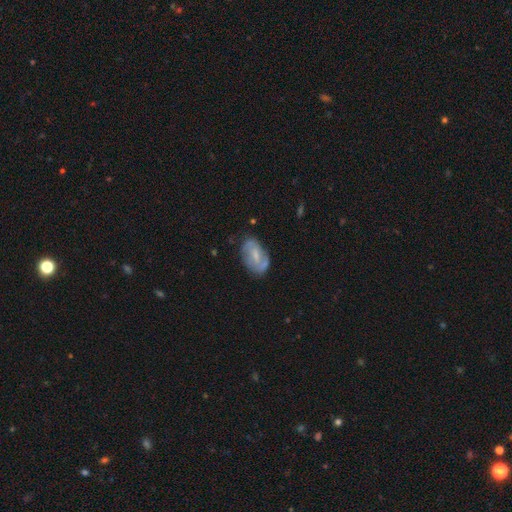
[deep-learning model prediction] featured or disk 58%, smooth 35%, star or artifact 7%. Down the decision tree: edge-on disk — no (95%); bar — weak (50%); spiral arms — yes (73%); bulge size — small (49%); merging — none (69%).